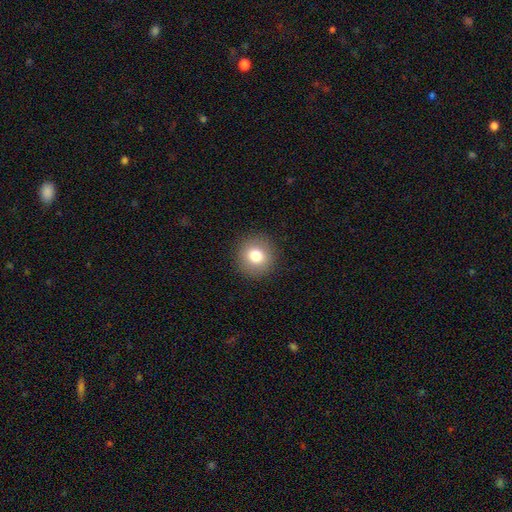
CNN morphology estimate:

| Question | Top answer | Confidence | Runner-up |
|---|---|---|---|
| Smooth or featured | smooth | 78% | featured or disk (11%) |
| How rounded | round | 91% | in between (8%) |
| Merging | none | 91% | minor disturbance (6%) |